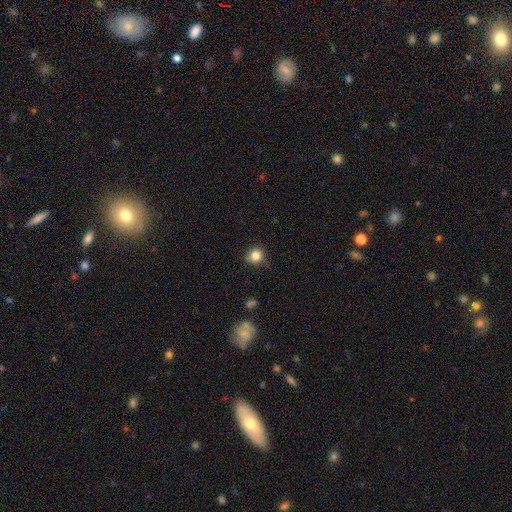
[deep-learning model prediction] The model was most divided on "merging": none: 80%, minor disturbance: 16%, major disturbance: 3%, merger: 2%. More confident: how rounded — round (90%); smooth or featured — smooth (83%).